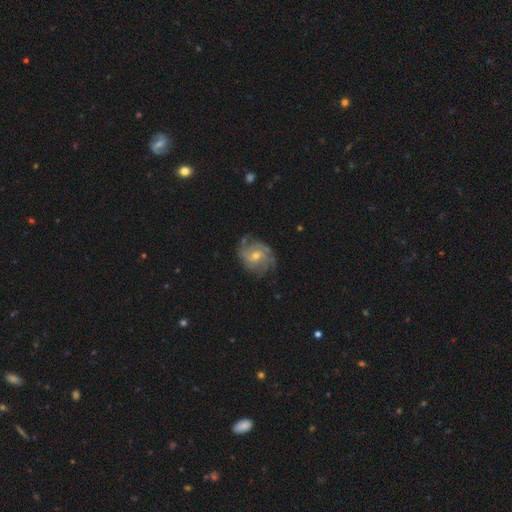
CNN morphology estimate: Overall: featured or disk (83%). Edge-on disk: no (97%). Bar: no (56%; weak 37%). Spiral arms: yes (96%). Spiral arm count: 3 (27%; can't tell 25%). Spiral winding: tight (50%; medium 38%). Bulge size: small (49%; moderate 48%). Merging: none (74%).